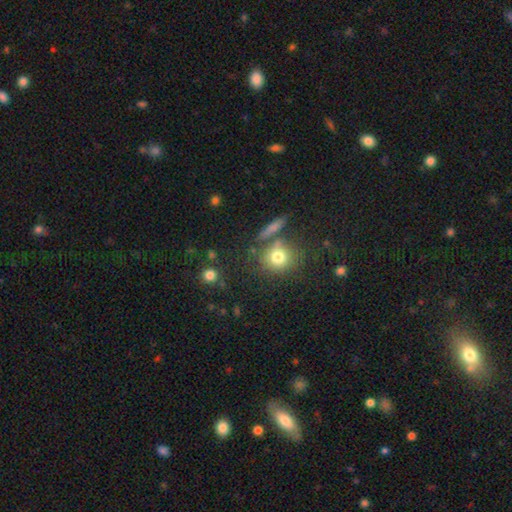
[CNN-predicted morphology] Smooth or featured? smooth (56%)
How rounded? round (86%)
Merging? none (67%)